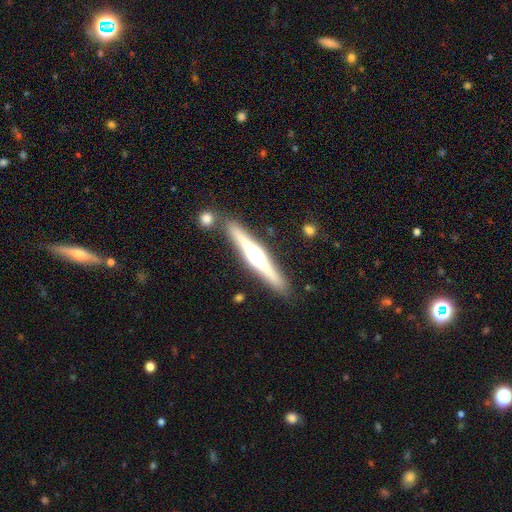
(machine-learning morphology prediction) Overall: featured or disk (70%). Edge-on disk: yes (97%). Edge-on bulge: rounded (79%). Merging: none (83%).